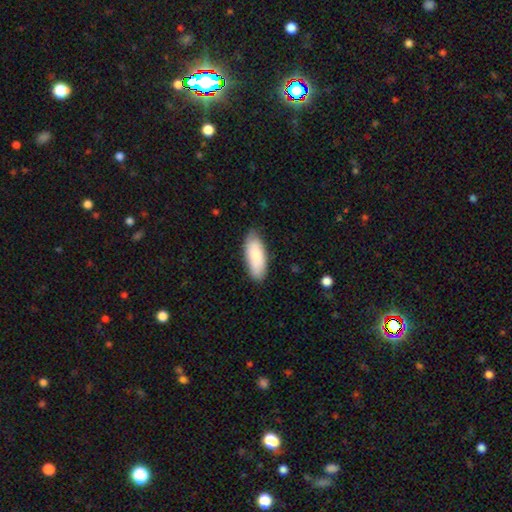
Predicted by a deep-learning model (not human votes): smooth 80%, featured or disk 14%, star or artifact 5%. Down the decision tree: how rounded — in between (79%); merging — none (79%).